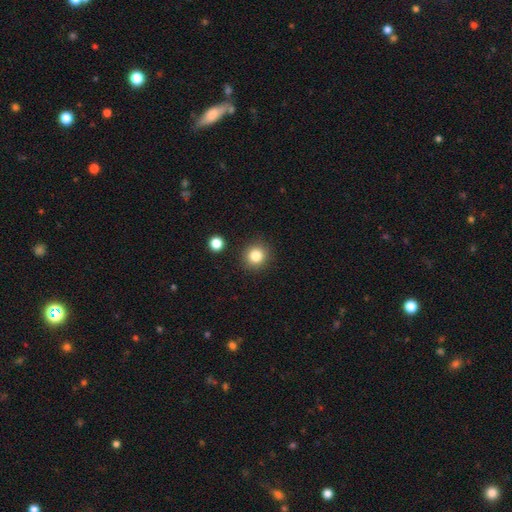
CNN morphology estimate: This is clearly a smooth galaxy (83%). How rounded: clearly round (91%). Merging: clearly none (89%).